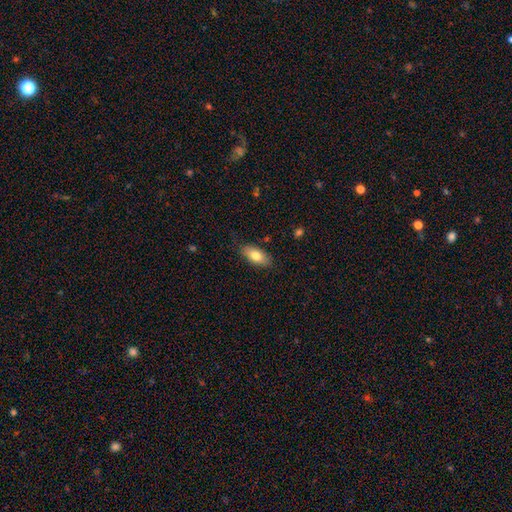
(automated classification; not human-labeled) This appears to be a smooth galaxy with no disk features (77%) that is in between round and cigar-shaped (87%). Merging: none (83%).